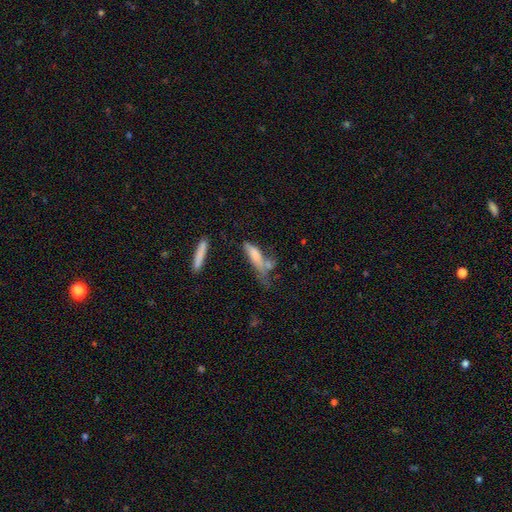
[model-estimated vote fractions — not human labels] This is likely a smooth galaxy (67%). How rounded: likely cigar-shaped (66%). Merging: marginally none (30%).